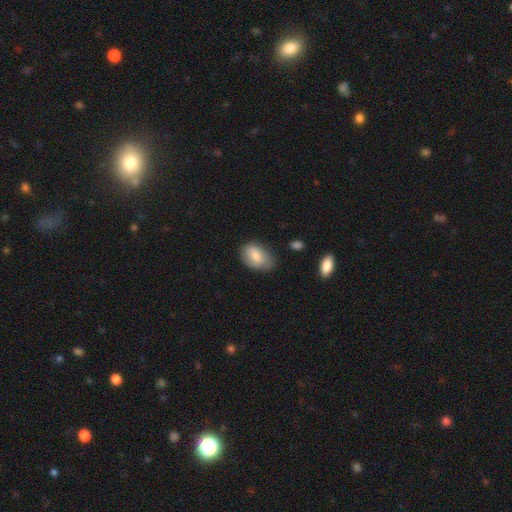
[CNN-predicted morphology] A smooth galaxy with no disk features (80%) that is in between round and cigar-shaped (88%).

Vote fractions:
- Smooth or featured? smooth: 80% / featured or disk: 13% / star or artifact: 7%
- How rounded? in between: 88% / round: 11% / cigar-shaped: 1%
- Merging? none: 68% / minor disturbance: 25% / major disturbance: 5% / merger: 2%